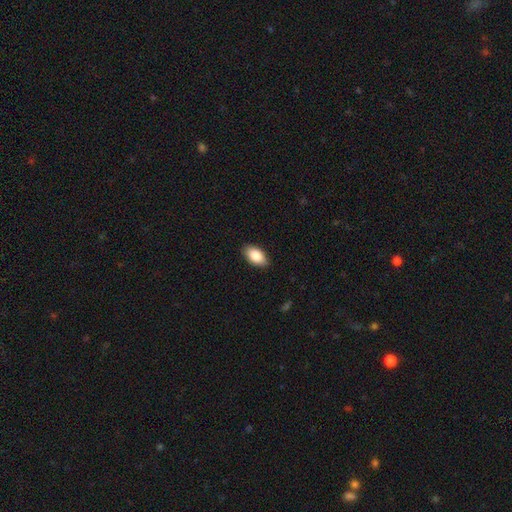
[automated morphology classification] smooth-or-featured: smooth: 86% | featured or disk: 8% | star or artifact: 6%
  how-rounded: in between: 94% | round: 4% | cigar-shaped: 2%
  merging: none: 88% | minor disturbance: 9% | major disturbance: 2% | merger: 1%